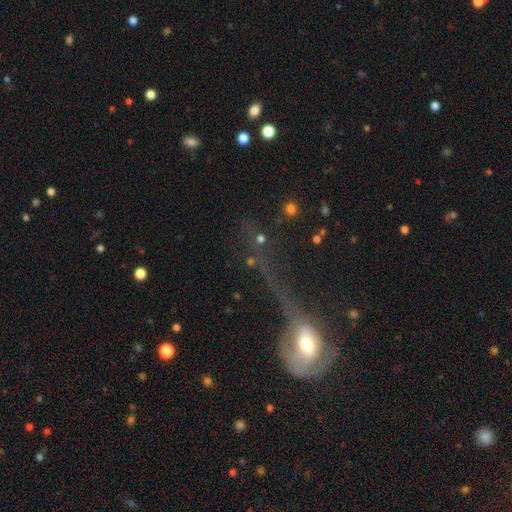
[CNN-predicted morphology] Smooth or featured? smooth (38%)
Merging? major disturbance (43%)